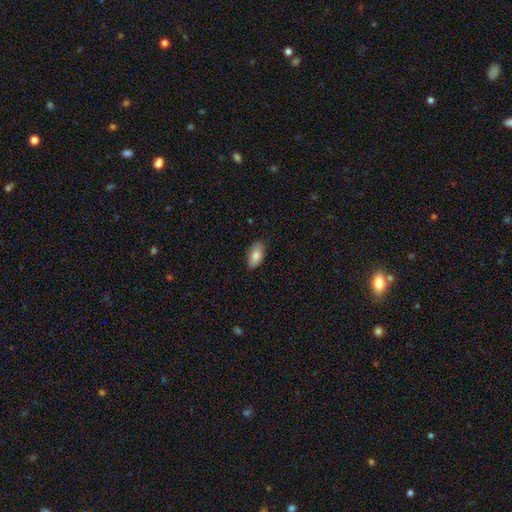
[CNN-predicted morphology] The model was most divided on "merging": none: 84%, minor disturbance: 13%, major disturbance: 2%, merger: 1%. More confident: how rounded — in between (93%); smooth or featured — smooth (86%).